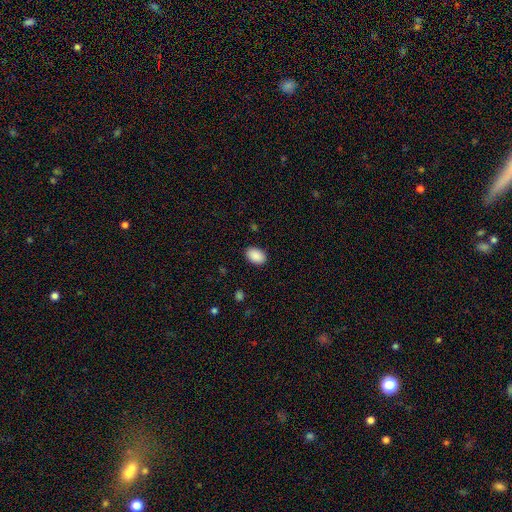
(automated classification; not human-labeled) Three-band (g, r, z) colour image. It shows a smooth galaxy with no disk features (91%) that is in between round and cigar-shaped (88%). Merging: none (89%).